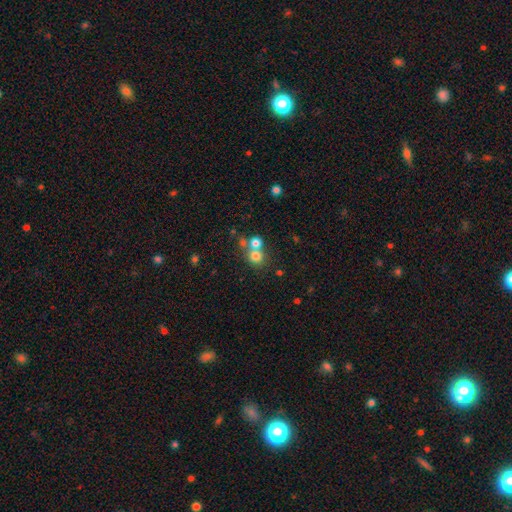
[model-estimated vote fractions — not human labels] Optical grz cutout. It shows a smooth galaxy with no disk features (73%) that is round (85%). Merging: none (46%).